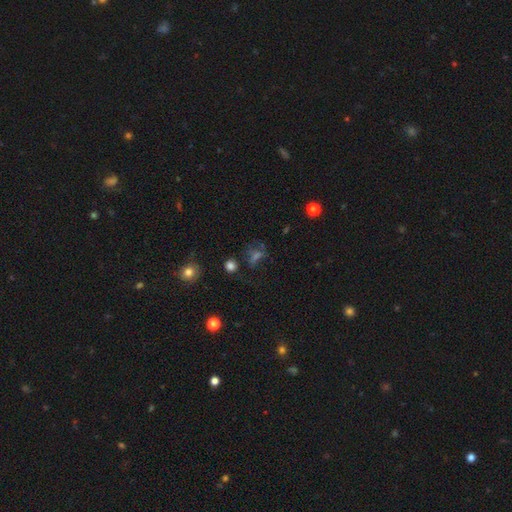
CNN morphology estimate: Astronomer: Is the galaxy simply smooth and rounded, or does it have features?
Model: star or artifact — 41% (runner-up: smooth, 33%).